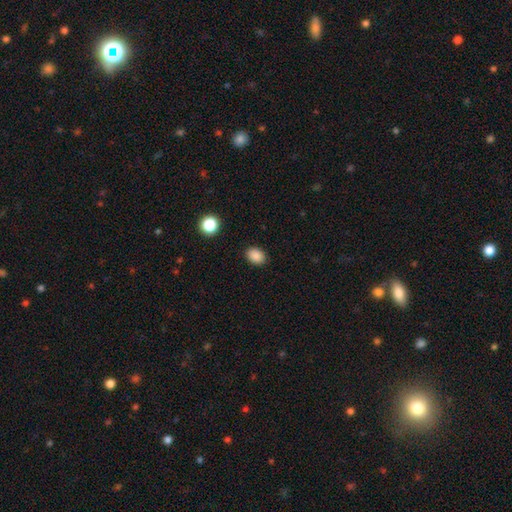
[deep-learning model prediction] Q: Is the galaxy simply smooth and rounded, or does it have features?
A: smooth — 87%.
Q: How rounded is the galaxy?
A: in between — 63%.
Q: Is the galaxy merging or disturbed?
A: none — 88%.